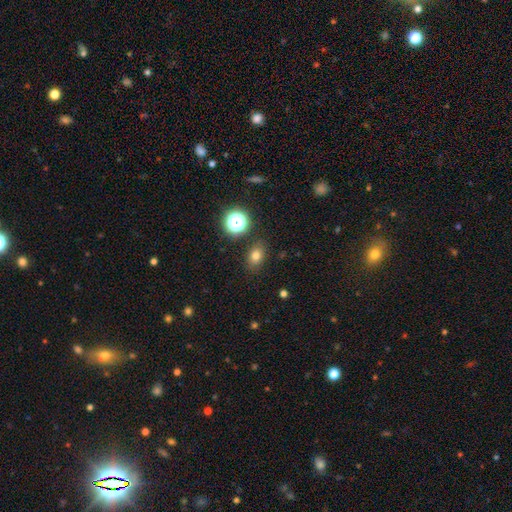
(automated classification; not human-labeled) A smooth galaxy with no disk features (75%) that is in between round and cigar-shaped (68%). Merging: none (85%).